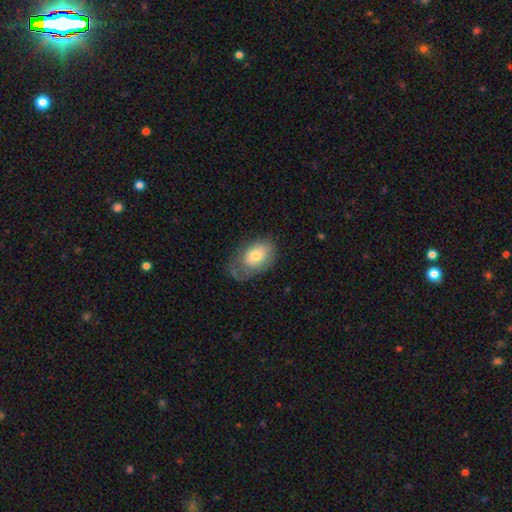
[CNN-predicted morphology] Q: Smooth or featured?
A: smooth (71%); runner-up: featured or disk (23%)
Q: How rounded?
A: in between (87%); runner-up: round (12%)
Q: Merging?
A: none (42%); runner-up: minor disturbance (33%)